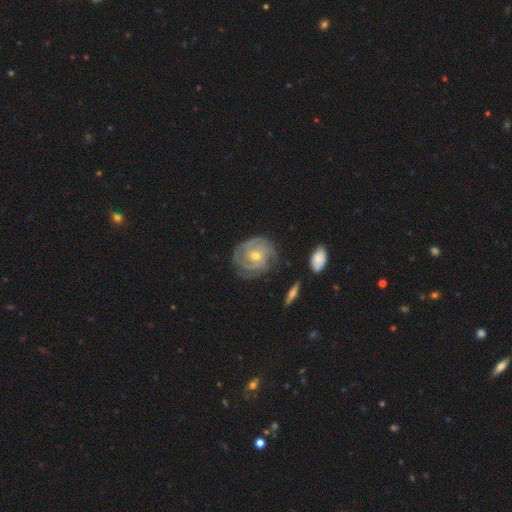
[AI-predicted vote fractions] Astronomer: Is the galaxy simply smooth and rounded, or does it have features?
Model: featured or disk — 86%.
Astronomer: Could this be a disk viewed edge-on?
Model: no — 97%.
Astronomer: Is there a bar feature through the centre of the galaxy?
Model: no — 64%.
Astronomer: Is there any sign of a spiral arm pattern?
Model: yes — 96%.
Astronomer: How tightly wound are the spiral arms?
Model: tight — 72%.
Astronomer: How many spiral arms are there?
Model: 3 — 34% (runner-up: 2, 22%).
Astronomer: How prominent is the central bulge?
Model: small — 50% (runner-up: moderate, 47%).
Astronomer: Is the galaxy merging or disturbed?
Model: none — 76%.